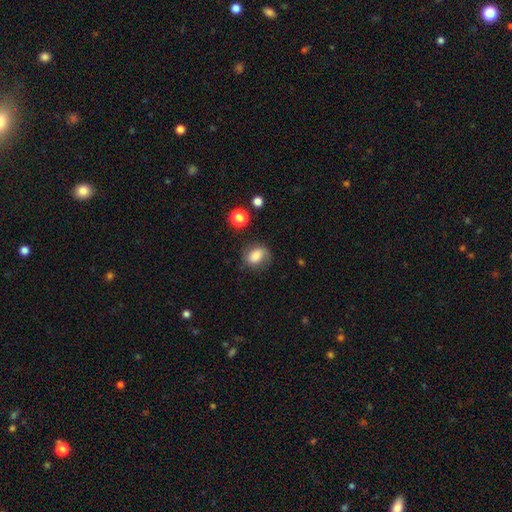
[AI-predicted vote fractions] This is likely a smooth galaxy (71%). How rounded: likely in between (62%). Merging: likely none (67%).